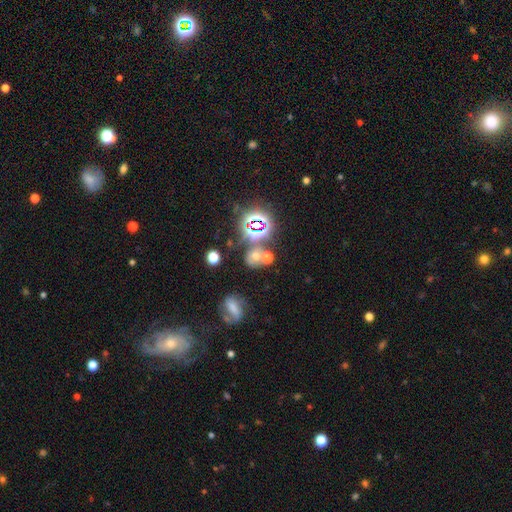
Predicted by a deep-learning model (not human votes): smooth-or-featured: smooth: 44% | star or artifact: 40% | featured or disk: 16%
  merging: none: 50% | merger: 30% | minor disturbance: 12% | major disturbance: 7%